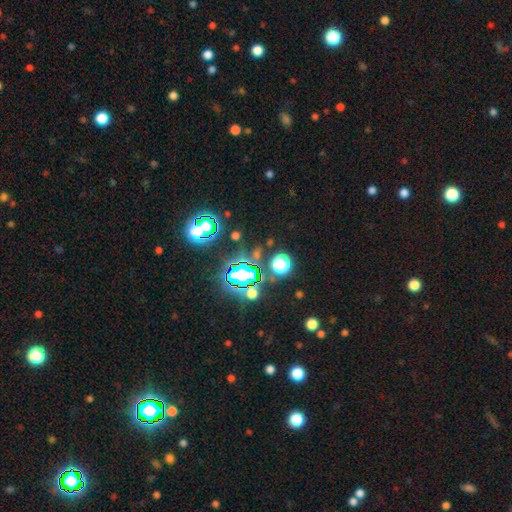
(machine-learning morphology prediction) This is likely a star or artifact rather than a galaxy (72%).